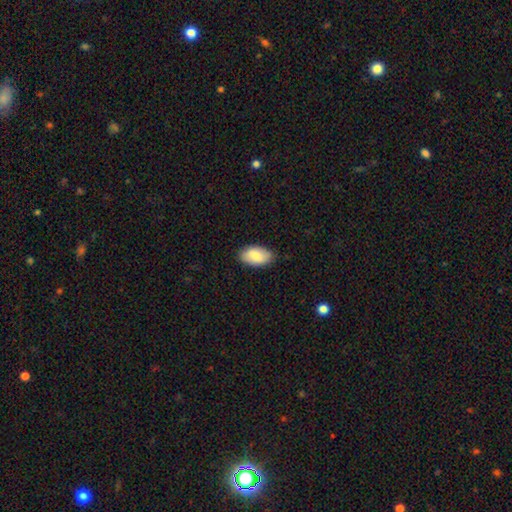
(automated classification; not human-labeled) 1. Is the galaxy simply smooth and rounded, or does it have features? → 81% smooth, 13% featured or disk, 6% star or artifact.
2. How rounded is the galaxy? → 95% in between, 3% round, 2% cigar-shaped.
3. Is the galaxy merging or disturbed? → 84% none, 13% minor disturbance, 2% major disturbance, 1% merger.